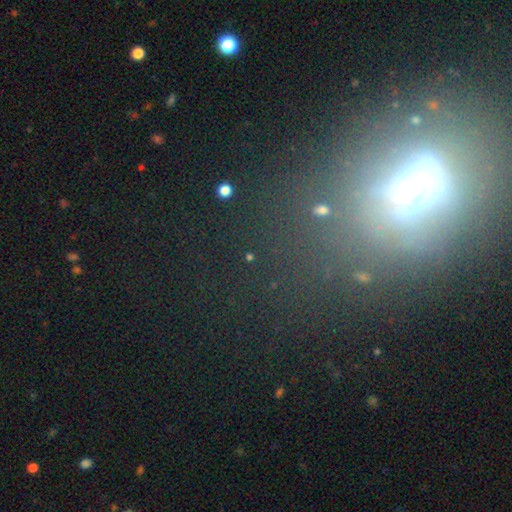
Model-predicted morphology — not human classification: A star or artifact, not a galaxy (45%).

Vote fractions:
- Smooth or featured? star or artifact: 45% / smooth: 28% / featured or disk: 28%